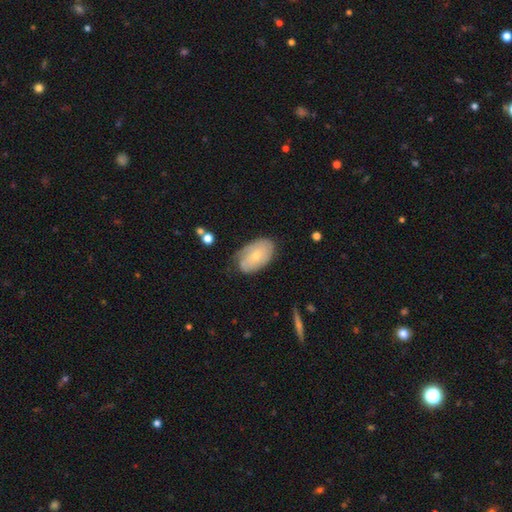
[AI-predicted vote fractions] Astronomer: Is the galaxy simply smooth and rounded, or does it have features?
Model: featured or disk — 52% (runner-up: smooth, 42%).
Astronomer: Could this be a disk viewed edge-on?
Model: no — 93%.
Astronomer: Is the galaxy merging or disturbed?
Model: none — 65%.